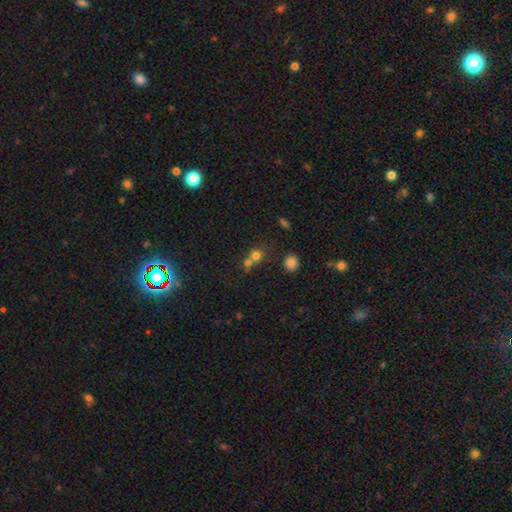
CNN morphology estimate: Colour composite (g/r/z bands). It shows a smooth galaxy with no disk features (72%) that is round (84%). Merging: merger (47%).